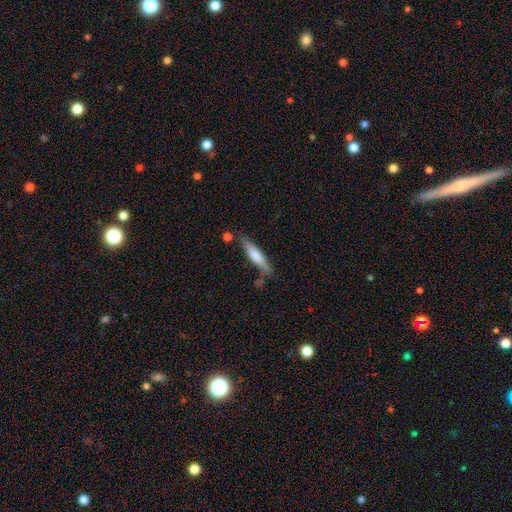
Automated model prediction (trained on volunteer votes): A smooth galaxy with no disk features (64%) that is cigar-shaped (83%). Merging: none (72%).